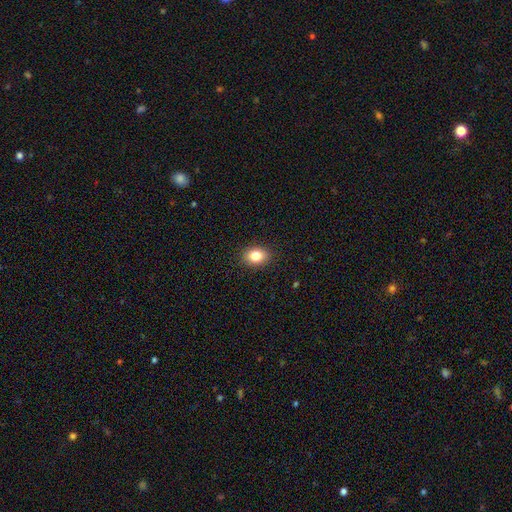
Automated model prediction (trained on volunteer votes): Smooth or featured?
  - smooth: 83% *
  - star or artifact: 10%
  - featured or disk: 7%
How rounded?
  - in between: 60% *
  - round: 39%
  - cigar-shaped: 1%
Merging?
  - none: 90% *
  - minor disturbance: 7%
  - major disturbance: 2%
  - merger: 1%